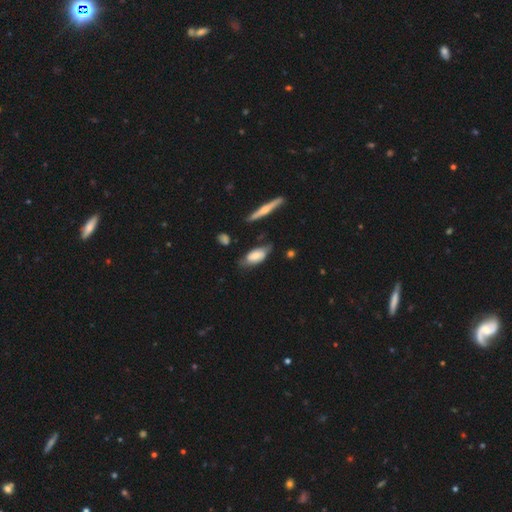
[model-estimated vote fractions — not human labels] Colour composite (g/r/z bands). It shows a smooth galaxy with no disk features (55%) that is in between round and cigar-shaped (84%). Merging: none (59%).